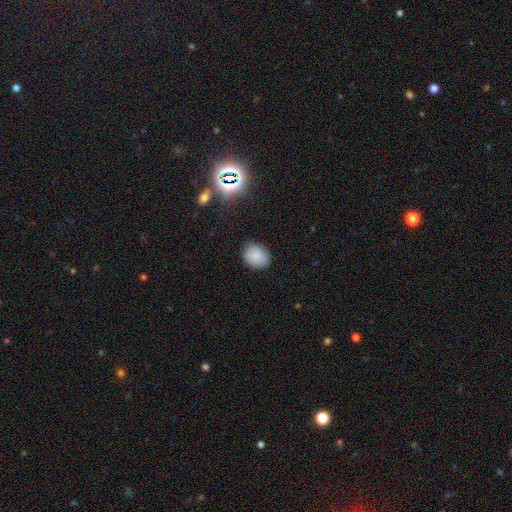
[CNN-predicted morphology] The model was most divided on "how rounded": round: 56%, in between: 43%, cigar-shaped: 1%. More confident: merging — none (84%); smooth or featured — smooth (81%).